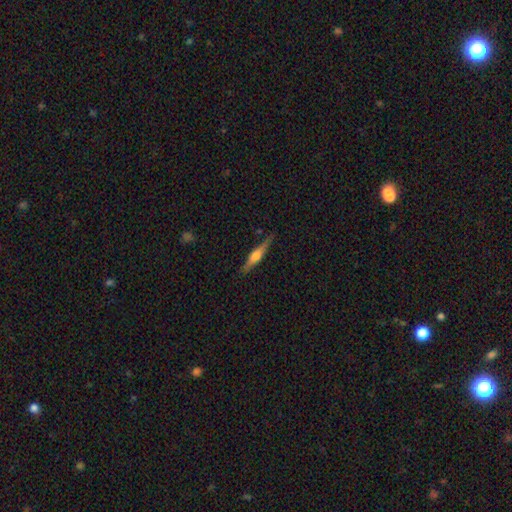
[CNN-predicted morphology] This is likely a featured or disk galaxy (65%). It is clearly viewed edge-on (97%). Edge-on bulge: clearly rounded (86%). Merging: clearly none (86%).